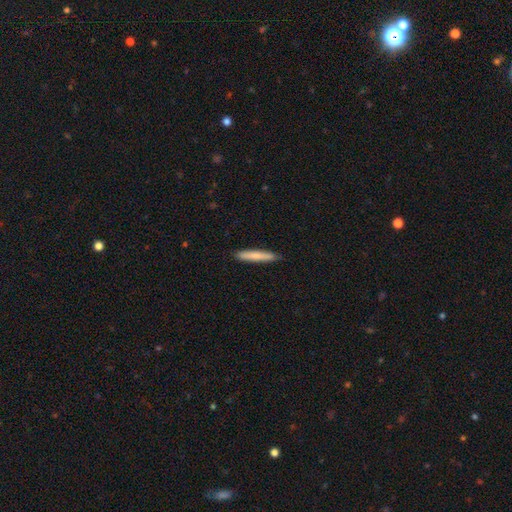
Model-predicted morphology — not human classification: The model was most divided on "smooth or featured": smooth: 78%, featured or disk: 17%, star or artifact: 5%. More confident: how rounded — cigar-shaped (95%); merging — none (89%).